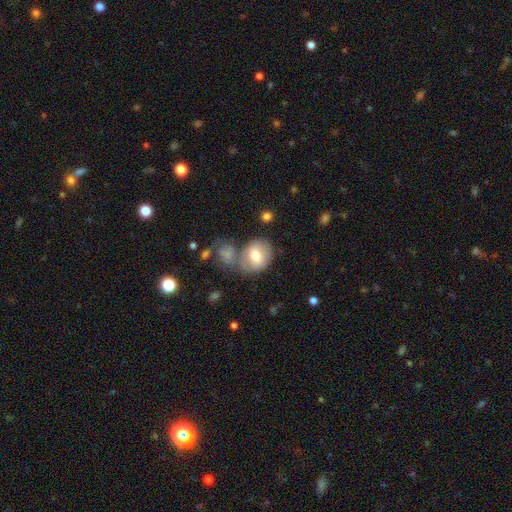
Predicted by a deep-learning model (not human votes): Smooth or featured: smooth — 67% (featured or disk — 25%)
How rounded: round — 59% (in between — 40%)
Merging: none — 51% (merger — 26%)